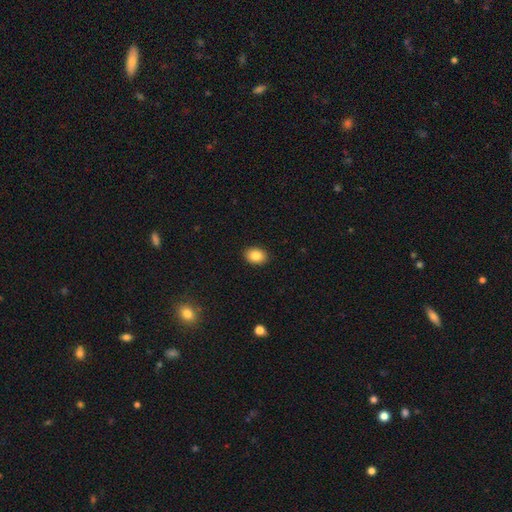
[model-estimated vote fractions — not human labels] A smooth galaxy with no disk features (85%) that is in between round and cigar-shaped (73%). Merging: none (90%).